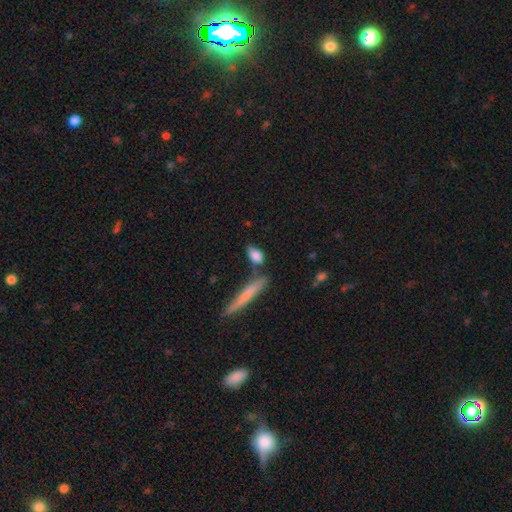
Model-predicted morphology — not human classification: Smooth or featured: smooth — 80% (featured or disk — 13%)
How rounded: in between — 71% (cigar-shaped — 21%)
Merging: none — 58% (merger — 18%)